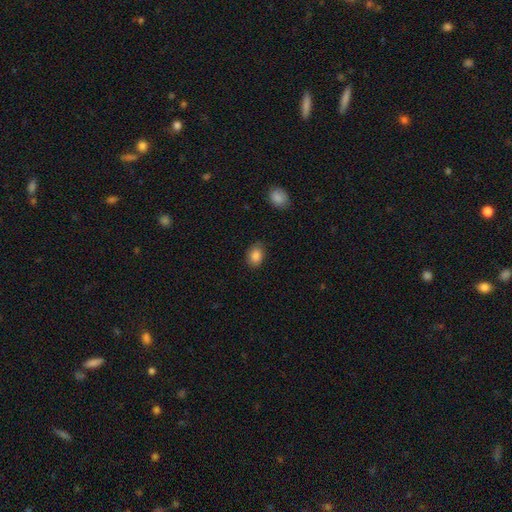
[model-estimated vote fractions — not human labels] The model was most divided on "how rounded": in between: 71%, round: 28%, cigar-shaped: 1%. More confident: smooth or featured — smooth (86%); merging — none (81%).